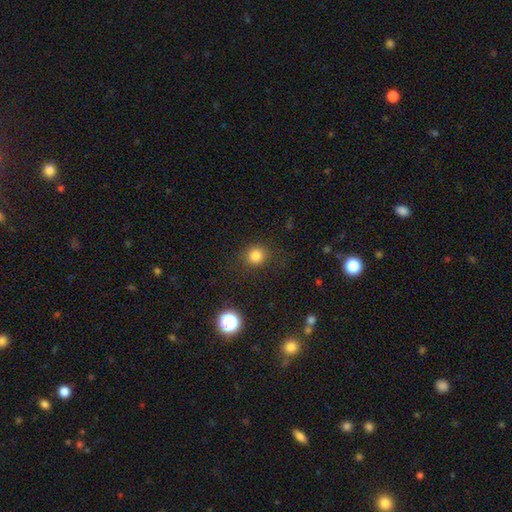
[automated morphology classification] Smooth or featured?
  - smooth: 82% *
  - star or artifact: 13%
  - featured or disk: 5%
How rounded?
  - round: 88% *
  - in between: 11%
  - cigar-shaped: 1%
Merging?
  - none: 84% *
  - minor disturbance: 10%
  - major disturbance: 4%
  - merger: 2%